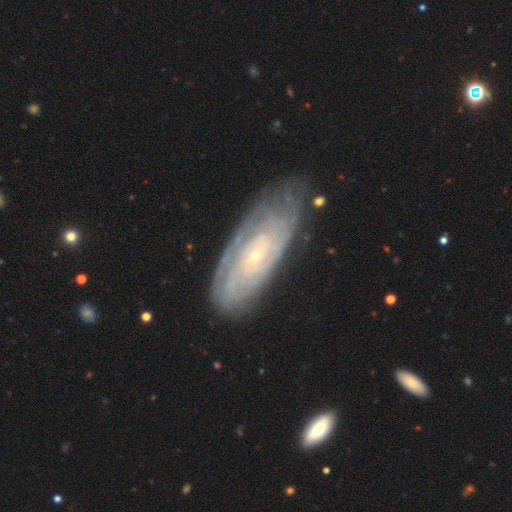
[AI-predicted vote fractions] Smooth or featured? Predicted: featured or disk (p=0.81). Edge-on disk? Predicted: no (p=0.90). Bar? Predicted: no (p=0.73). Spiral arms? Predicted: yes (p=0.92). Spiral winding? Predicted: tight (p=0.81). Spiral arm count? Predicted: can't tell (p=0.53). Bulge size? Predicted: small (p=0.84). Merging? Predicted: none (p=0.71).